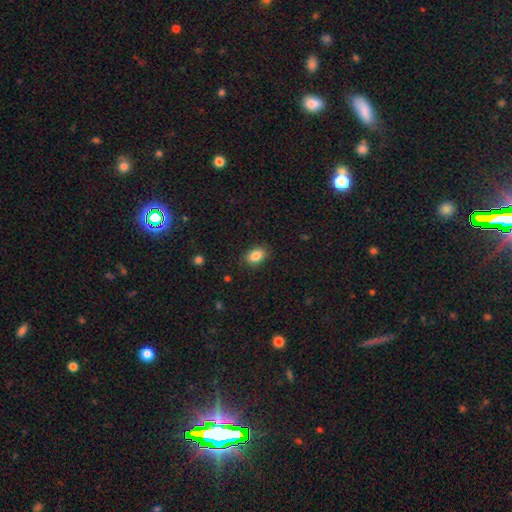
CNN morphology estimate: Smooth or featured? Predicted: smooth (p=0.86). How rounded? Predicted: in between (p=0.82). Merging? Predicted: none (p=0.87).